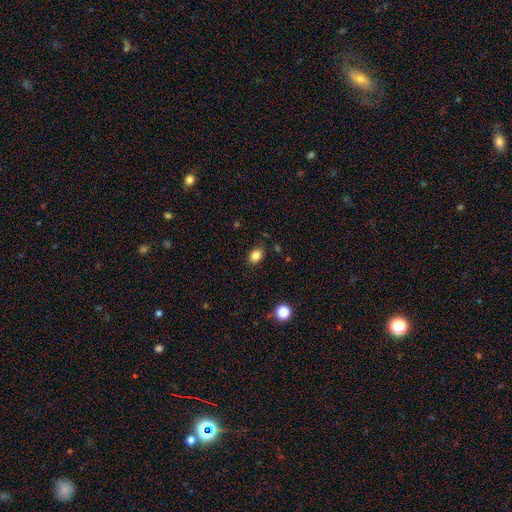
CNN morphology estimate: Smooth or featured?
  - smooth: 85% *
  - star or artifact: 10%
  - featured or disk: 5%
How rounded?
  - in between: 72% *
  - round: 27%
  - cigar-shaped: 1%
Merging?
  - none: 84% *
  - minor disturbance: 12%
  - major disturbance: 3%
  - merger: 2%